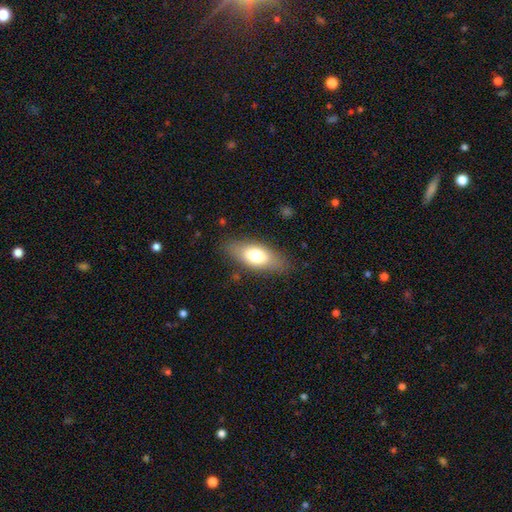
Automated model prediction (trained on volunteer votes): smooth_or_featured: smooth (p=0.70) [alt: featured or disk p=0.23]
how_rounded: in between (p=0.78) [alt: cigar-shaped p=0.19]
merging: none (p=0.83) [alt: minor disturbance p=0.13]